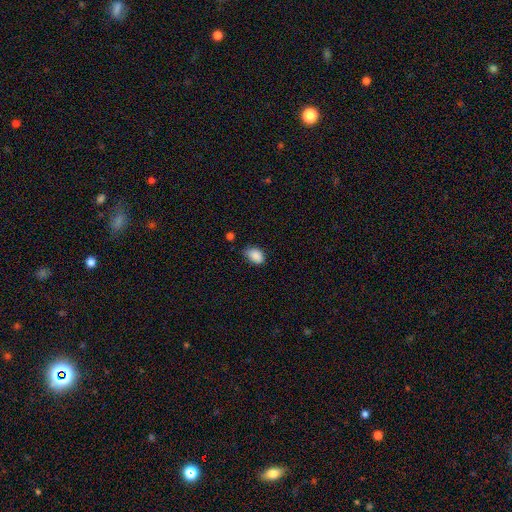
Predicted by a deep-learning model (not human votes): This appears to be a smooth galaxy with no disk features (89%) that is in between round and cigar-shaped (86%). Merging: none (62%).